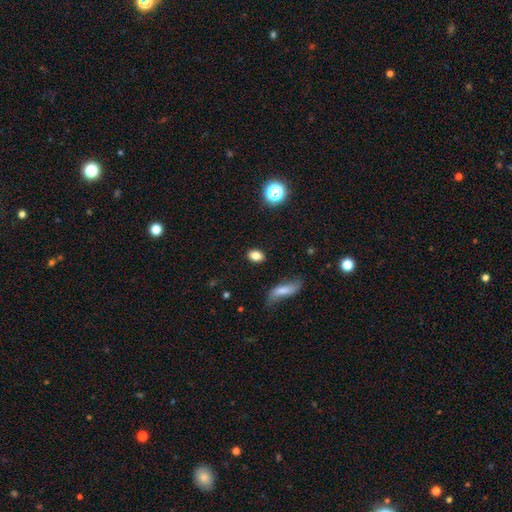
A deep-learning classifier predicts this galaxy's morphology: Smooth or featured? Predicted: smooth (p=0.82). How rounded? Predicted: in between (p=0.76). Merging? Predicted: none (p=0.86).